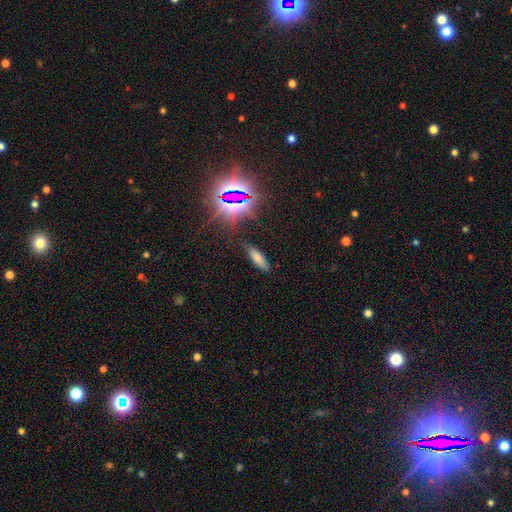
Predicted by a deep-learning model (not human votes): This appears to be a smooth galaxy with no disk features (66%) that is cigar-shaped (54%). Merging: none (83%).